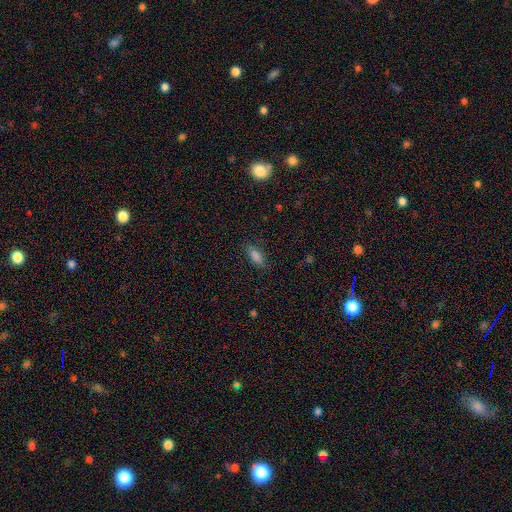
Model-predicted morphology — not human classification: Overall: smooth (81%). How rounded: in between (73%). Merging: none (82%).